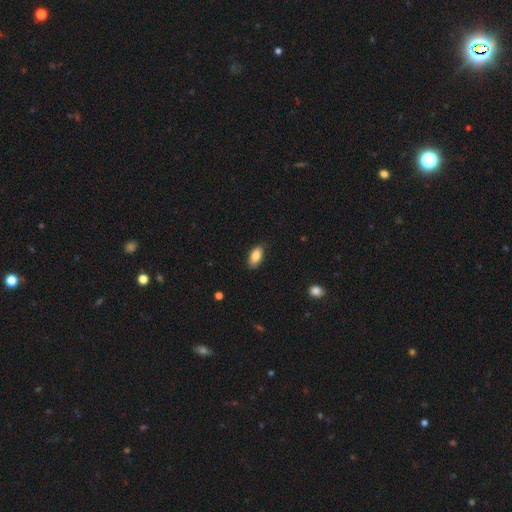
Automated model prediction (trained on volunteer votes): Q: Smooth or featured?
A: smooth (86%); runner-up: featured or disk (7%)
Q: How rounded?
A: in between (92%); runner-up: cigar-shaped (4%)
Q: Merging?
A: none (83%); runner-up: minor disturbance (13%)